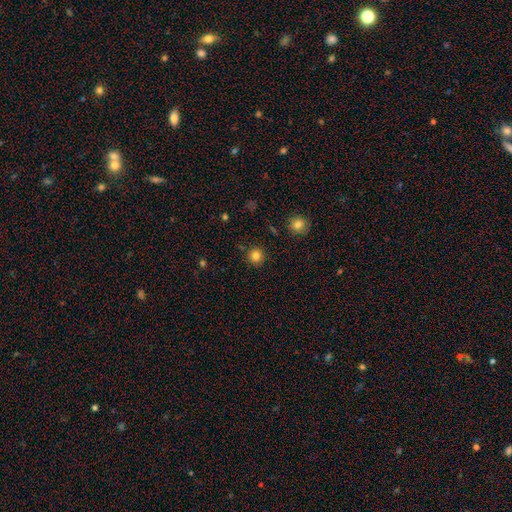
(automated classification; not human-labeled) Morphology: type=smooth (82%); roundness=round (95%); merging=none (90%).